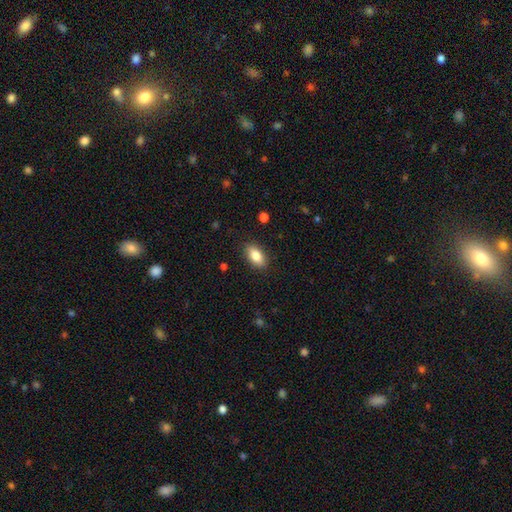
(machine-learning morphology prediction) smooth-or-featured: smooth: 83% | featured or disk: 10% | star or artifact: 7%
  how-rounded: in between: 89% | cigar-shaped: 6% | round: 5%
  merging: none: 88% | minor disturbance: 9% | major disturbance: 2% | merger: 1%